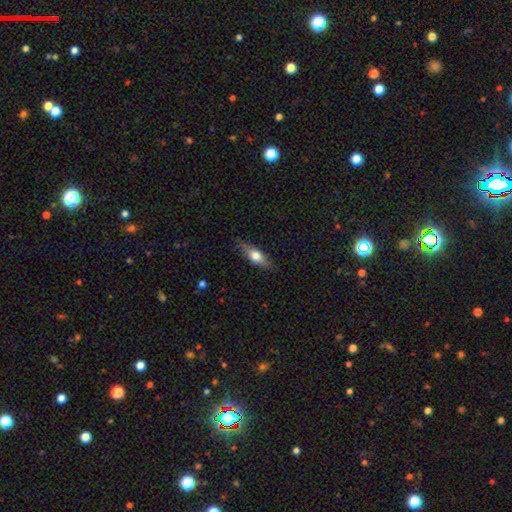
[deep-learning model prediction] Smooth or featured: smooth — 62% (featured or disk — 31%)
How rounded: in between — 57% (cigar-shaped — 39%)
Merging: none — 81% (minor disturbance — 15%)